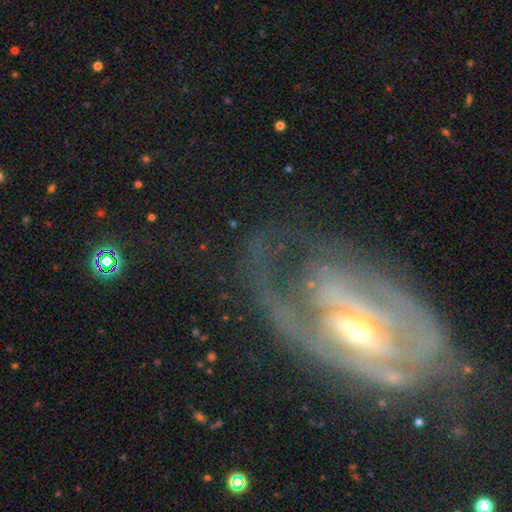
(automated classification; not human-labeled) Morphology: type=featured or disk (80%); edge-on=no (92%); bar=strong (34%); spiral arms=yes (82%); winding=tight (54%); arm count=2 (36%); bulge=small (47%); merging=none (59%).